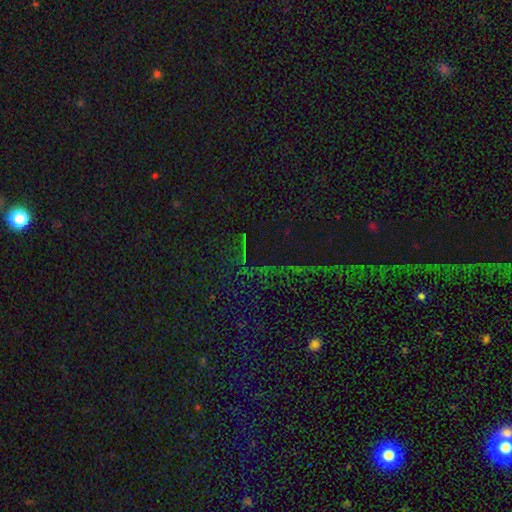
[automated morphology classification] smooth-or-featured: star or artifact: 80% | featured or disk: 10% | smooth: 10%